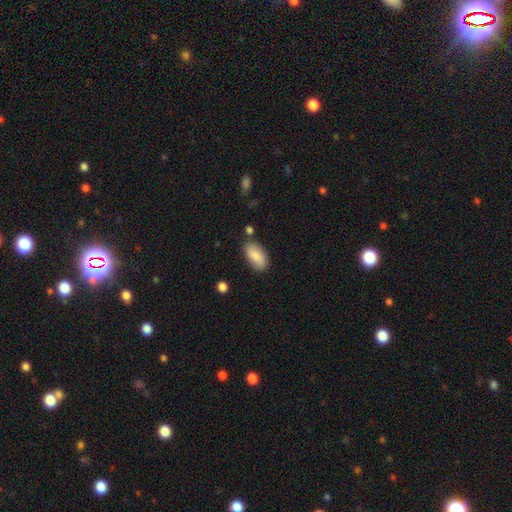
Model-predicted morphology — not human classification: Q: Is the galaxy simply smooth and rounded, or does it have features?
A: smooth — 83%.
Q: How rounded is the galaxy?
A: in between — 93%.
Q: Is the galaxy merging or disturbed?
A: none — 80%.